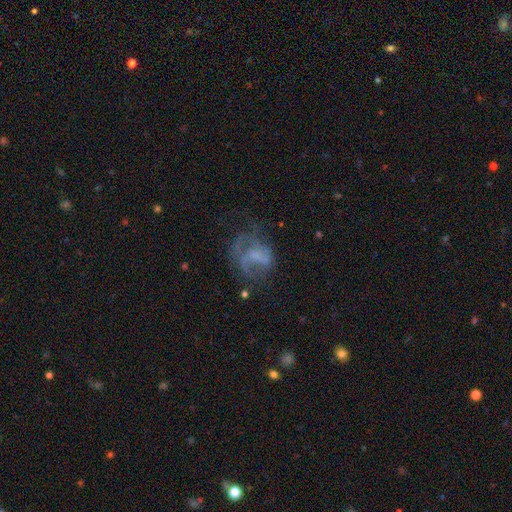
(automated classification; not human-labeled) A featured or disk galaxy (61%) with no bar (65%), spiral arms (53%) and no central bulge (51%). Merging: none (38%).